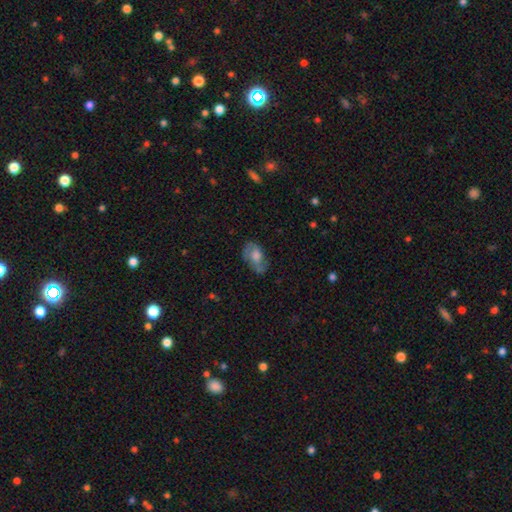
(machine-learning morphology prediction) Q: Smooth or featured?
A: featured or disk (48%); runner-up: smooth (42%)
Q: Merging?
A: none (59%); runner-up: minor disturbance (26%)